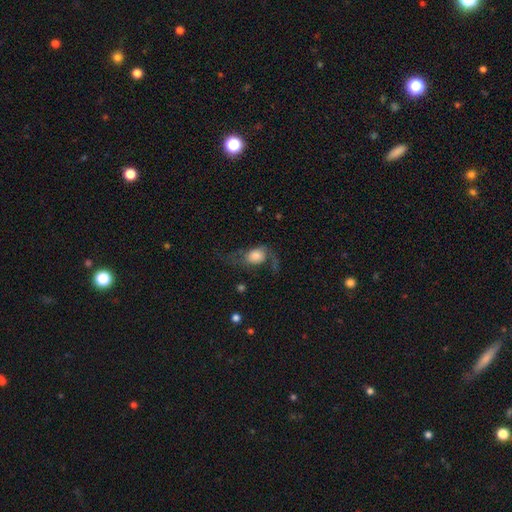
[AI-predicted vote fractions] Smooth or featured: featured or disk — 48% (smooth — 43%)
Merging: none — 40% (major disturbance — 37%)